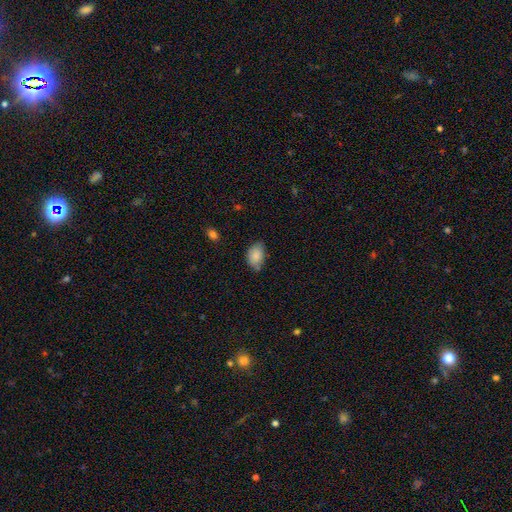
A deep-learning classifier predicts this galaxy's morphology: Q: Smooth or featured?
A: smooth (85%); runner-up: star or artifact (7%)
Q: How rounded?
A: in between (86%); runner-up: round (13%)
Q: Merging?
A: none (60%); runner-up: minor disturbance (30%)